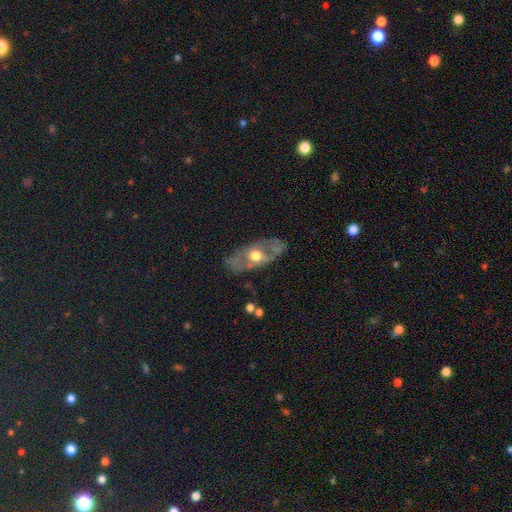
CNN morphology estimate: smooth-or-featured: featured or disk: 59% | smooth: 34% | star or artifact: 6%
  disk-edge-on: no: 77% | yes: 23%
  merging: none: 69% | minor disturbance: 20% | major disturbance: 8% | merger: 3%